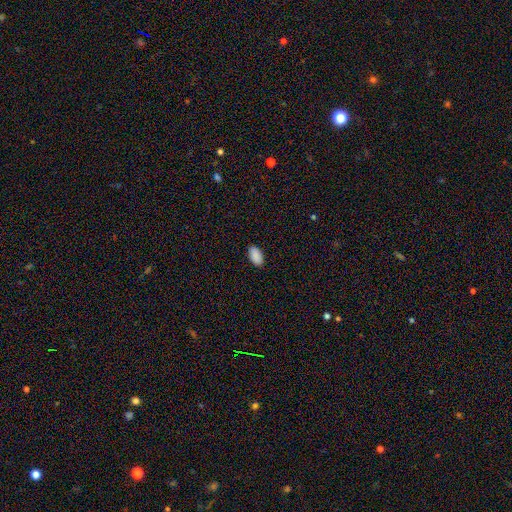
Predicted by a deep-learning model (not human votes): The model was most divided on "merging": none: 89%, minor disturbance: 8%, major disturbance: 2%, merger: 1%. More confident: how rounded — in between (95%); smooth or featured — smooth (91%).